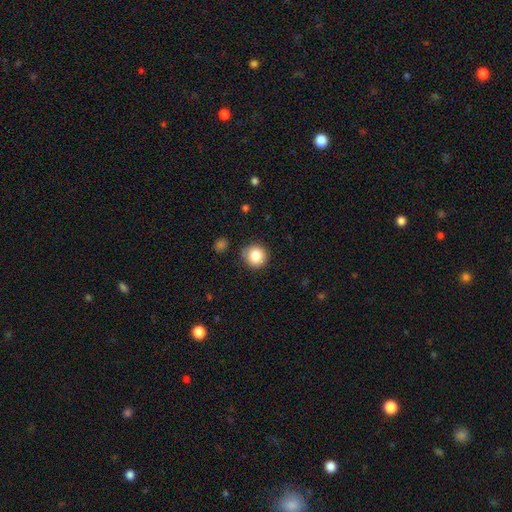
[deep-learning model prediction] Smooth or featured?
  - smooth: 84% *
  - star or artifact: 9%
  - featured or disk: 6%
How rounded?
  - round: 92% *
  - in between: 7%
  - cigar-shaped: 1%
Merging?
  - none: 86% *
  - minor disturbance: 10%
  - major disturbance: 2%
  - merger: 2%